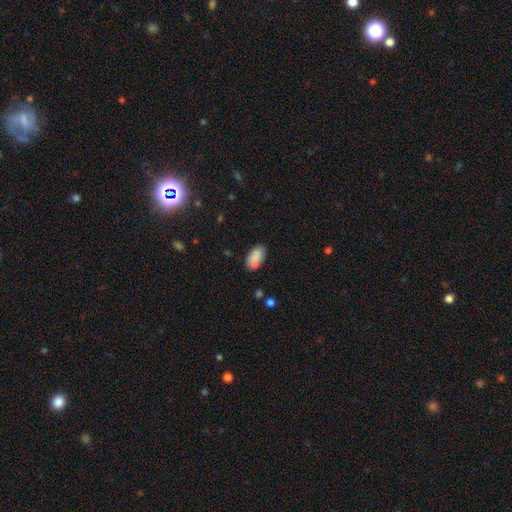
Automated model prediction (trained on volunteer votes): smooth_or_featured: smooth (p=0.84) [alt: featured or disk p=0.08]
how_rounded: in between (p=0.94) [alt: round p=0.04]
merging: none (p=0.71) [alt: minor disturbance p=0.16]